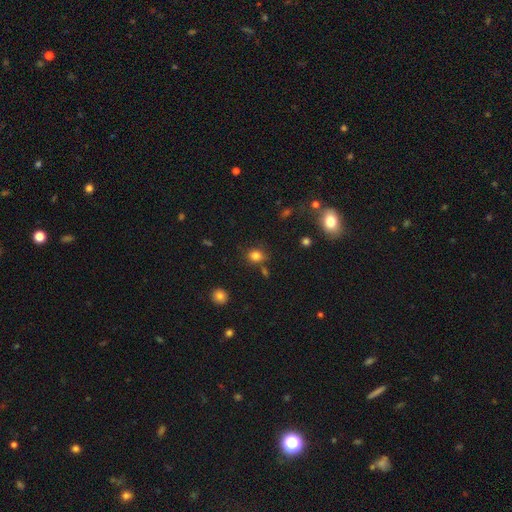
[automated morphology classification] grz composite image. It shows a smooth galaxy with no disk features (81%) that is round (60%). Merging: none (75%).